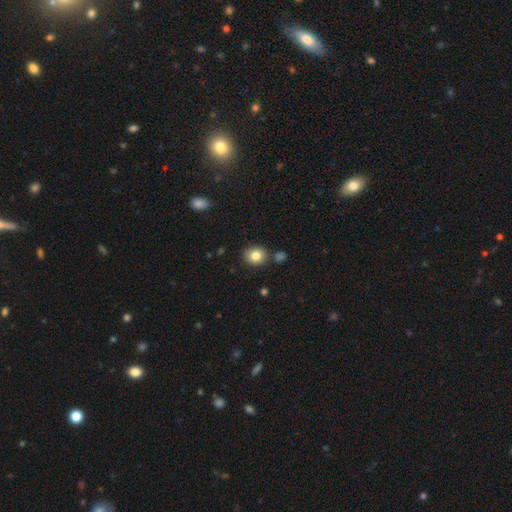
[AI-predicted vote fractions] This appears to be a smooth galaxy with no disk features (83%) that is round (73%). Merging: none (79%).